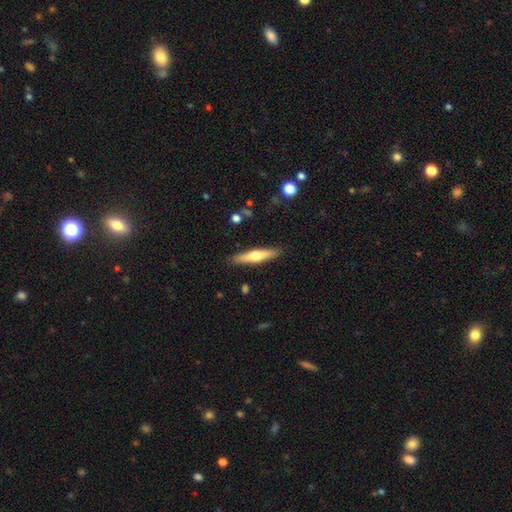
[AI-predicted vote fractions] Smooth or featured? Predicted: smooth (p=0.49). Merging? Predicted: none (p=0.89).